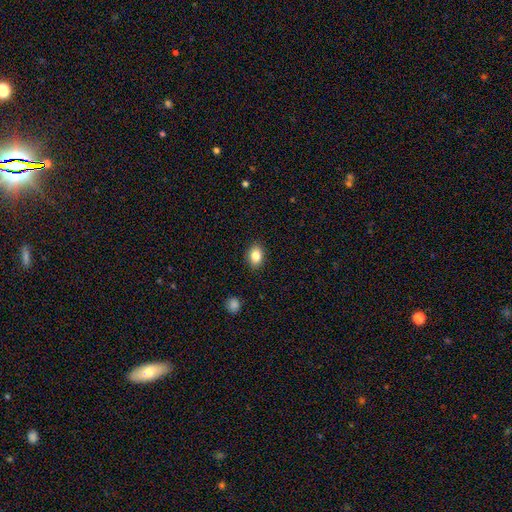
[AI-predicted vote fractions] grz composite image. It shows a smooth galaxy with no disk features (85%) that is in between round and cigar-shaped (79%). Merging: none (89%).